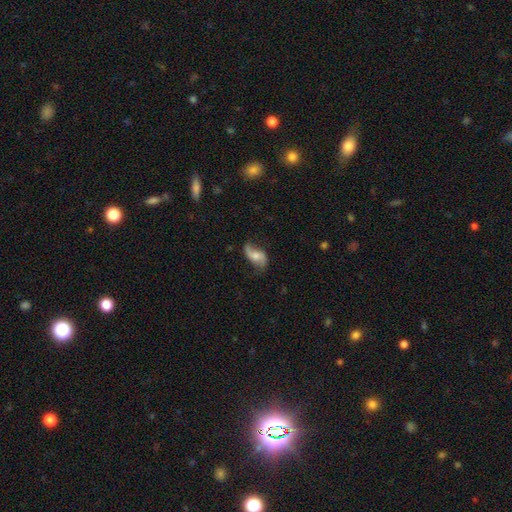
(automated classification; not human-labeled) Smooth or featured: featured or disk — 68% (smooth — 25%)
Edge-on disk: no — 95% (yes — 5%)
Bar: no — 58% (weak — 32%)
Spiral arms: yes — 92% (no — 8%)
Spiral winding: loose — 78% (medium — 16%)
Spiral arm count: 2 — 90% (can't tell — 4%)
Bulge size: moderate — 50% (small — 34%)
Merging: none — 67% (minor disturbance — 22%)